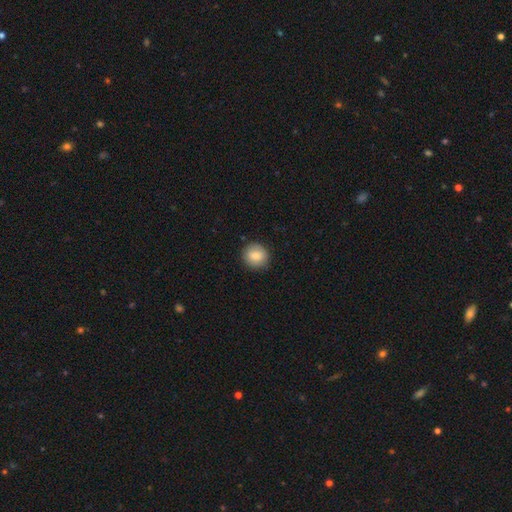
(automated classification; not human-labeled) Smooth or featured?
  - smooth: 84% *
  - featured or disk: 8%
  - star or artifact: 8%
How rounded?
  - round: 89% *
  - in between: 10%
  - cigar-shaped: 1%
Merging?
  - none: 89% *
  - minor disturbance: 8%
  - major disturbance: 2%
  - merger: 1%